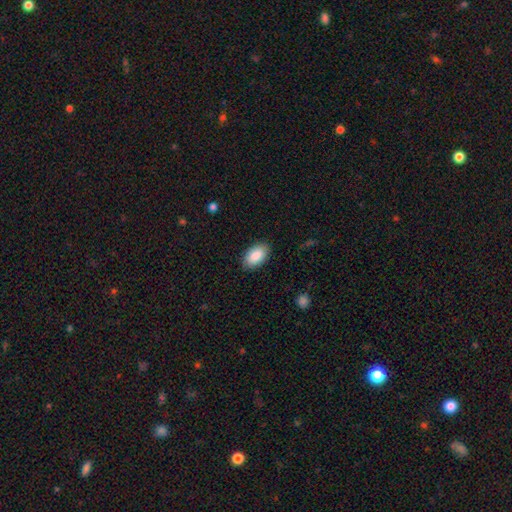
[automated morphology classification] Smooth or featured?
  - smooth: 90% *
  - star or artifact: 6%
  - featured or disk: 5%
How rounded?
  - in between: 95% *
  - round: 3%
  - cigar-shaped: 2%
Merging?
  - none: 88% *
  - minor disturbance: 9%
  - major disturbance: 2%
  - merger: 1%